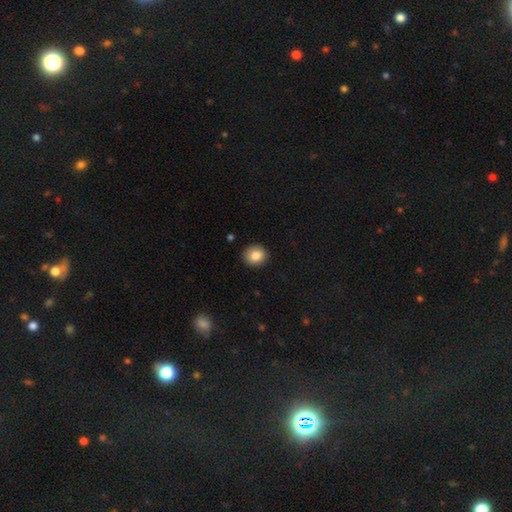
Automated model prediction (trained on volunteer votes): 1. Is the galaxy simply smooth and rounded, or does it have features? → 85% smooth, 8% star or artifact, 7% featured or disk.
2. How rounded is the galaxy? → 78% round, 21% in between, 1% cigar-shaped.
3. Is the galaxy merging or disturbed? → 91% none, 7% minor disturbance, 2% major disturbance, 1% merger.